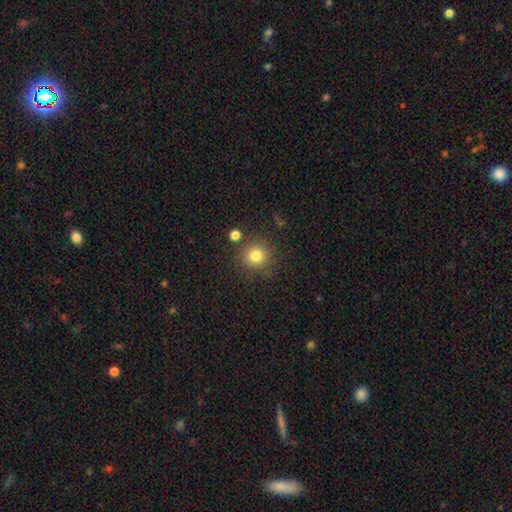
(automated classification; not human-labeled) Smooth or featured? Predicted: smooth (p=0.81). How rounded? Predicted: round (p=0.93). Merging? Predicted: none (p=0.83).